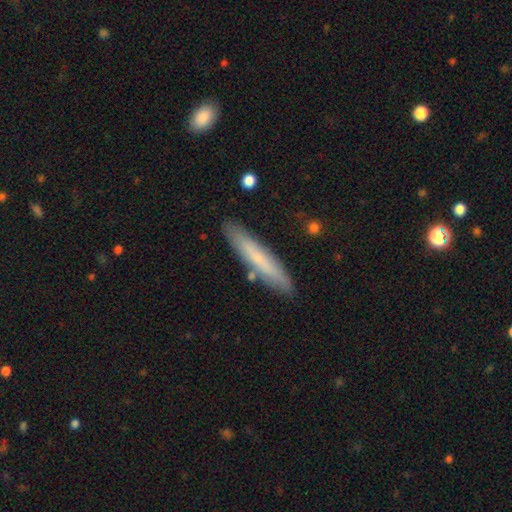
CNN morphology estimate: smooth-or-featured: smooth: 64% | featured or disk: 30% | star or artifact: 7%
  how-rounded: cigar-shaped: 93% | in between: 6% | round: 1%
  merging: none: 86% | minor disturbance: 10% | merger: 2% | major disturbance: 2%